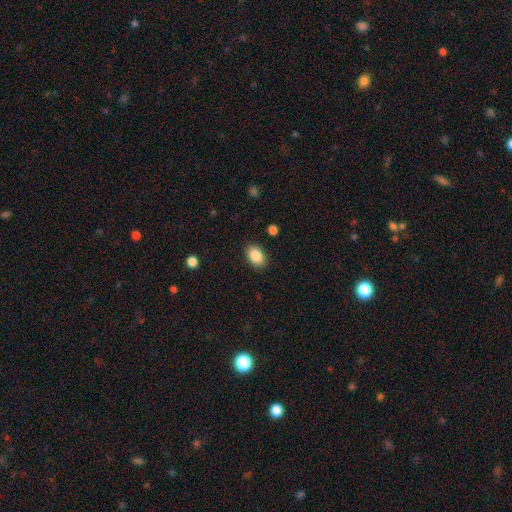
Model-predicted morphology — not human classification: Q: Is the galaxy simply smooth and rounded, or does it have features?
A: smooth — 88%.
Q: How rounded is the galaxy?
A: in between — 87%.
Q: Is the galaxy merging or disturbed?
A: none — 88%.